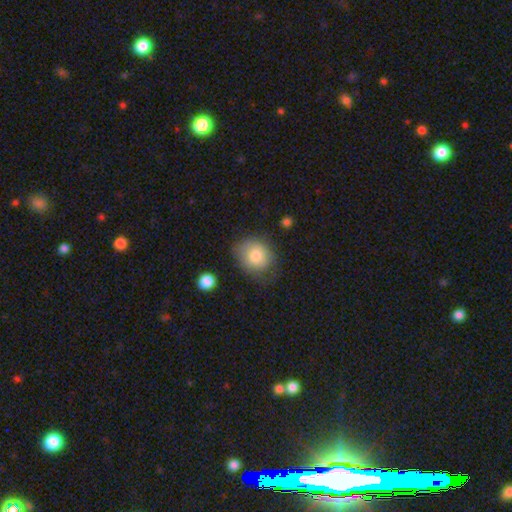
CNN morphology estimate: This appears to be a smooth galaxy with no disk features (80%) that is round (64%). Merging: none (62%).